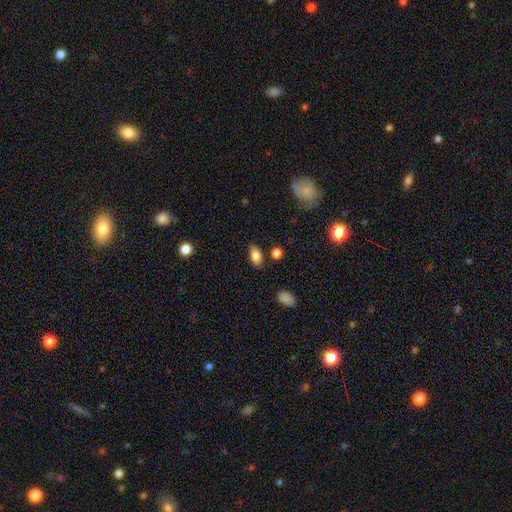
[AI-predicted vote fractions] smooth_or_featured: smooth (p=0.82) [alt: featured or disk p=0.10]
how_rounded: in between (p=0.90) [alt: round p=0.06]
merging: none (p=0.83) [alt: minor disturbance p=0.11]